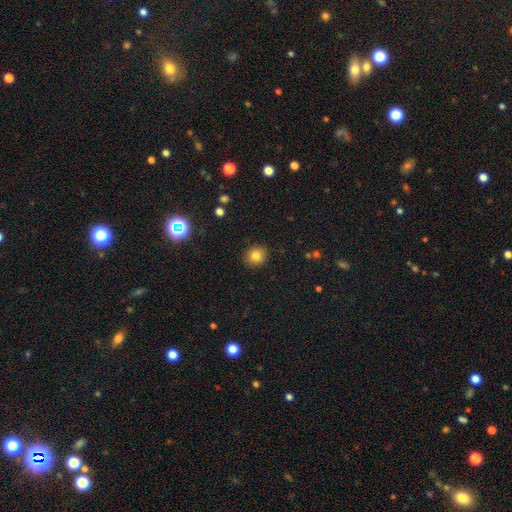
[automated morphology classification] The model was most divided on "smooth or featured": smooth: 81%, star or artifact: 12%, featured or disk: 7%. More confident: merging — none (90%); how rounded — round (86%).